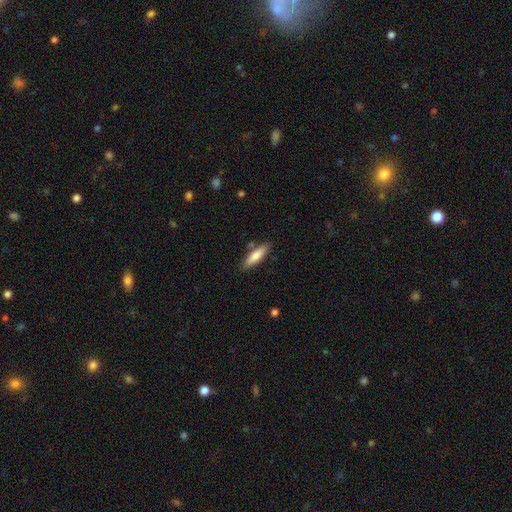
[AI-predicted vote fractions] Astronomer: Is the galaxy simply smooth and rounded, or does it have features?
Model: smooth — 74%.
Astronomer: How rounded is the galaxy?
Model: cigar-shaped — 67%.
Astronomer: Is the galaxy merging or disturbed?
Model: none — 82%.